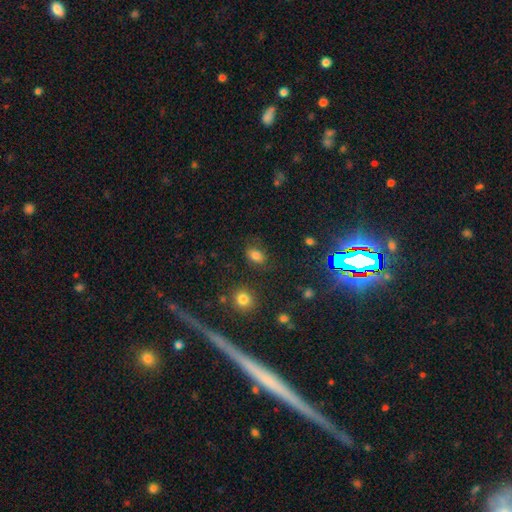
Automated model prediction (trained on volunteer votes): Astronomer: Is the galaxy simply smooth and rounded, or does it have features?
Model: smooth — 76%.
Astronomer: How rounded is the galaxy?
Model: in between — 79%.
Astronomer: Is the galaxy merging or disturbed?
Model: none — 75%.